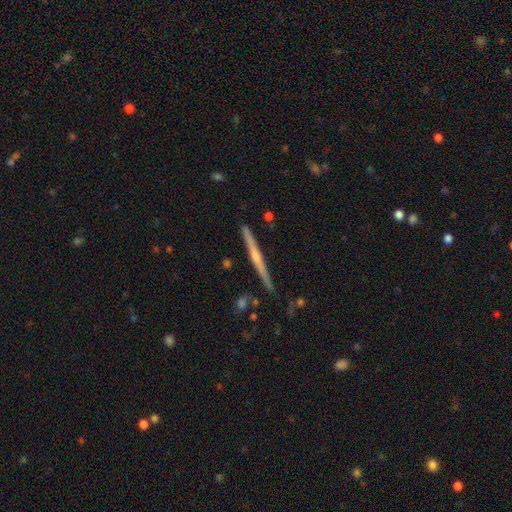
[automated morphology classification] A featured or disk galaxy (74%) viewed edge-on (98%) with a rounded central bulge (67%).

Vote fractions:
- Smooth or featured? featured or disk: 74% / smooth: 20% / star or artifact: 6%
- Edge-on disk? yes: 98% / no: 2%
- Edge-on bulge? rounded: 67% / none: 26% / boxy: 8%
- Merging? none: 89% / minor disturbance: 8% / merger: 2% / major disturbance: 1%